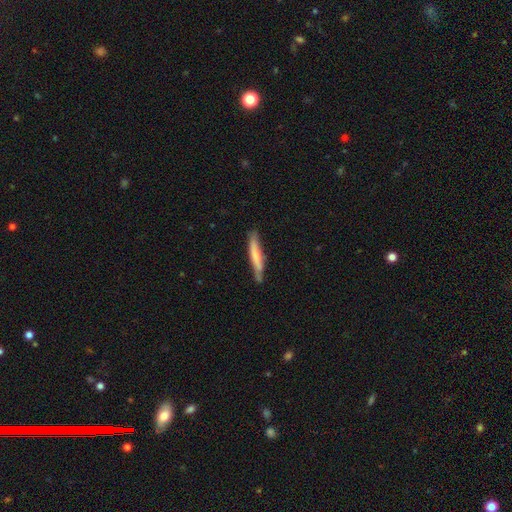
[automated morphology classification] This appears to be a smooth galaxy with no disk features (63%) that is cigar-shaped (92%). Merging: none (70%).